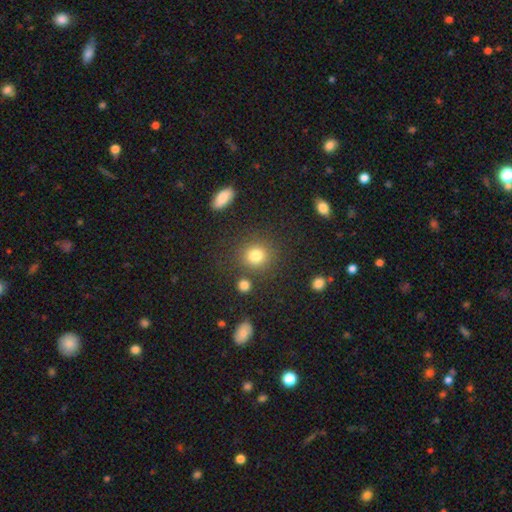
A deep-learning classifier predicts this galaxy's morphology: smooth 80%, star or artifact 13%, featured or disk 7%. Down the decision tree: how rounded — round (85%); merging — none (81%).